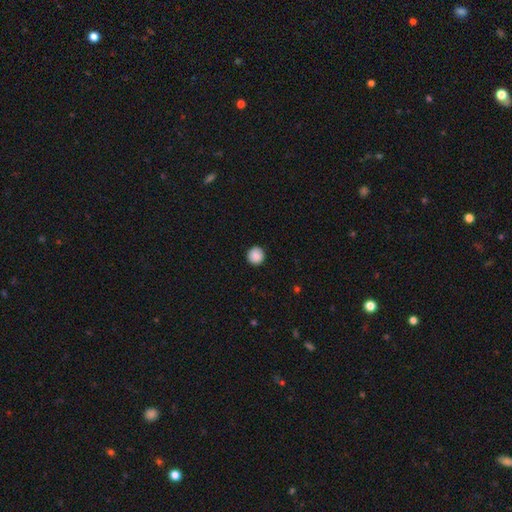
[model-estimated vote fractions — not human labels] Morphology: type=smooth (89%); roundness=round (94%); merging=none (91%).